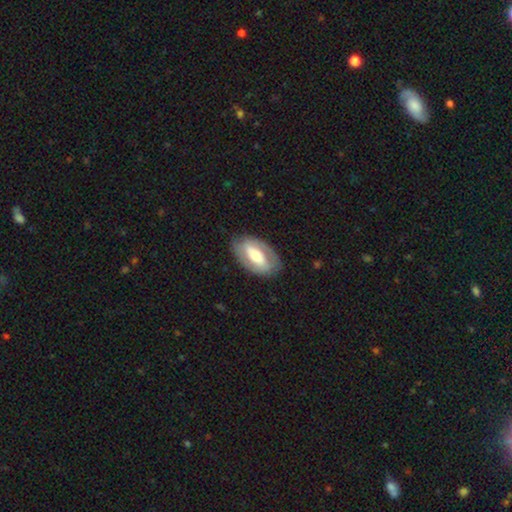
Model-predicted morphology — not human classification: A featured or disk galaxy (64%) with a strong bar (47%), spiral arms (61%) and a moderate central bulge (59%). Merging: none (81%).